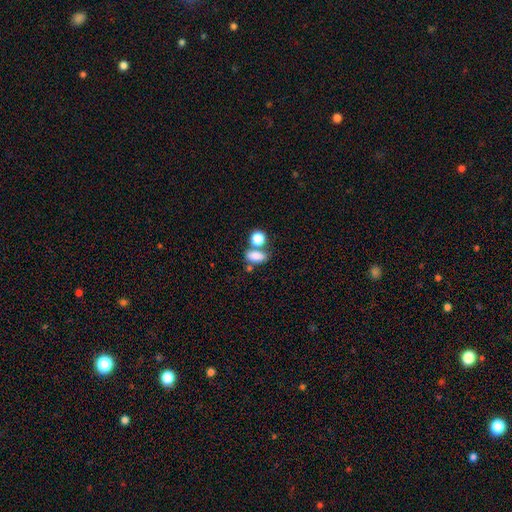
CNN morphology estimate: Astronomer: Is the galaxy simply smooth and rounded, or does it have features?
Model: smooth — 81%.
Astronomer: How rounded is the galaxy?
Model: in between — 81%.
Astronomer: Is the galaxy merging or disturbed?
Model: none — 48% (runner-up: merger, 34%).